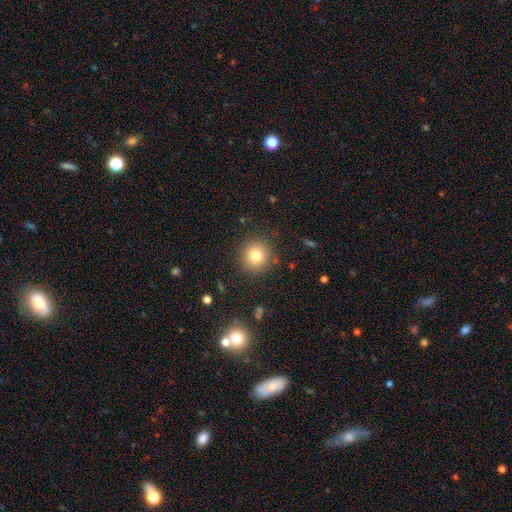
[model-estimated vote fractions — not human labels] A smooth galaxy with no disk features (78%) that is round (92%). Merging: none (88%).